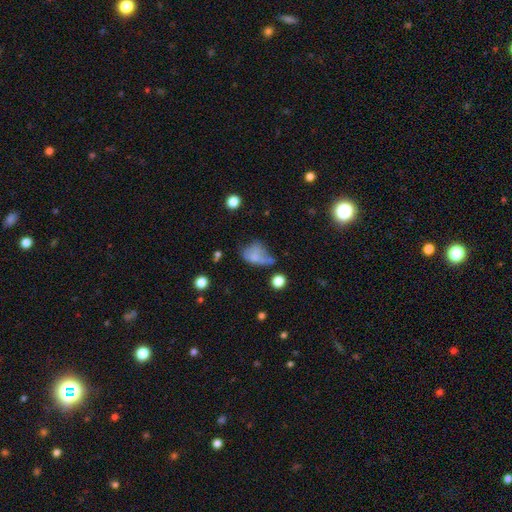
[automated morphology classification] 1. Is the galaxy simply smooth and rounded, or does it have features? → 63% smooth, 23% featured or disk, 14% star or artifact.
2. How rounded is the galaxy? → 72% in between, 25% round, 2% cigar-shaped.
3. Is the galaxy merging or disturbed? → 33% major disturbance, 27% minor disturbance, 23% none, 16% merger.